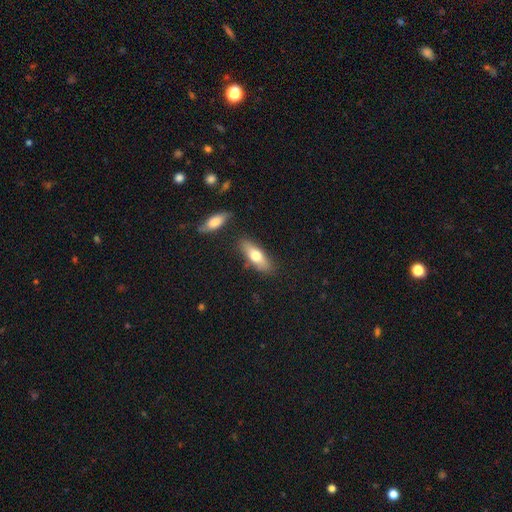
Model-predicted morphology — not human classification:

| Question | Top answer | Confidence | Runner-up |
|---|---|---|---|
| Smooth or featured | smooth | 65% | featured or disk (29%) |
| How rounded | in between | 58% | cigar-shaped (39%) |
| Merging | none | 78% | minor disturbance (13%) |